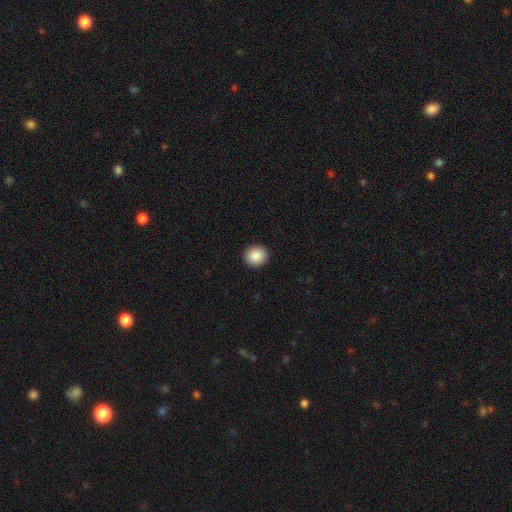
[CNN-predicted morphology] type=smooth (88%); roundness=round (83%); merging=none (93%).